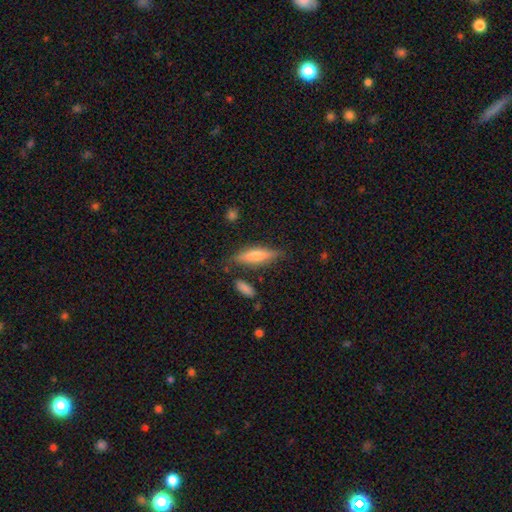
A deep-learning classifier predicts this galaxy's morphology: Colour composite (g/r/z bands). It shows a smooth galaxy with no disk features (60%) that is cigar-shaped (69%). Merging: none (75%).